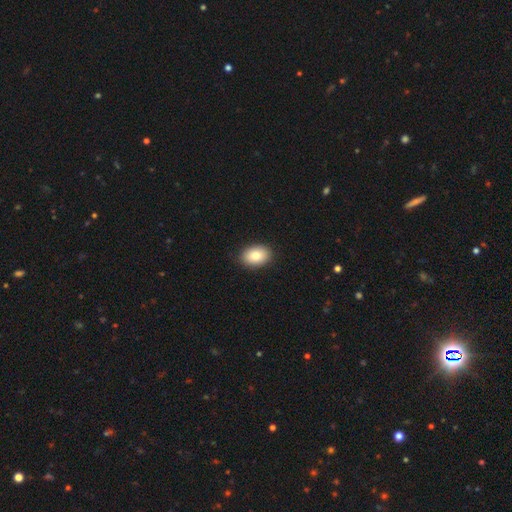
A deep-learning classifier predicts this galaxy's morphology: Smooth or featured: smooth — 84% (featured or disk — 8%)
How rounded: in between — 85% (round — 14%)
Merging: none — 89% (minor disturbance — 9%)